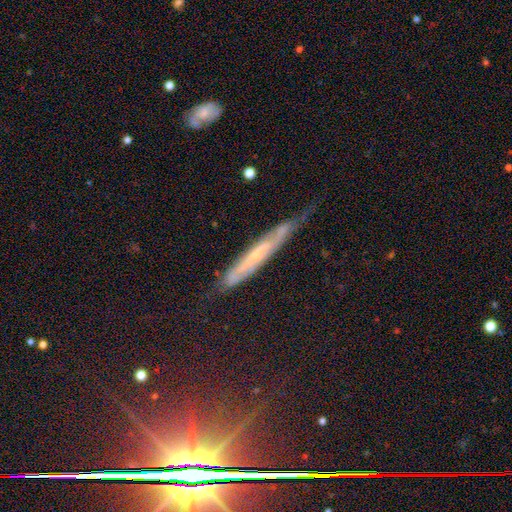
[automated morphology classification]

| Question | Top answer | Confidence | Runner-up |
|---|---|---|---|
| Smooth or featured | featured or disk | 61% | smooth (27%) |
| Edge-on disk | yes | 68% | no (32%) |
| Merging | none | 53% | minor disturbance (33%) |